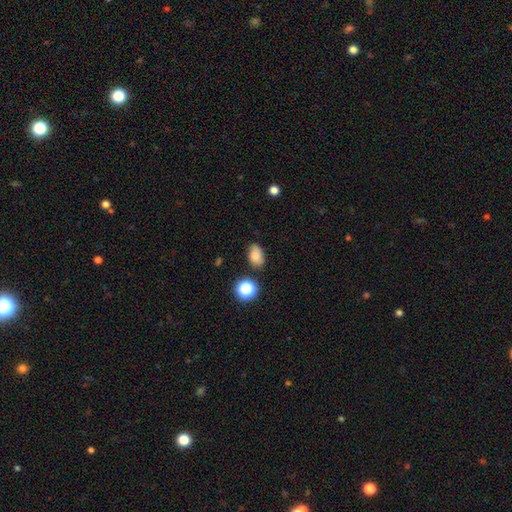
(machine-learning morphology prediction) This appears to be a smooth galaxy with no disk features (76%) that is in between round and cigar-shaped (80%). Merging: none (70%).